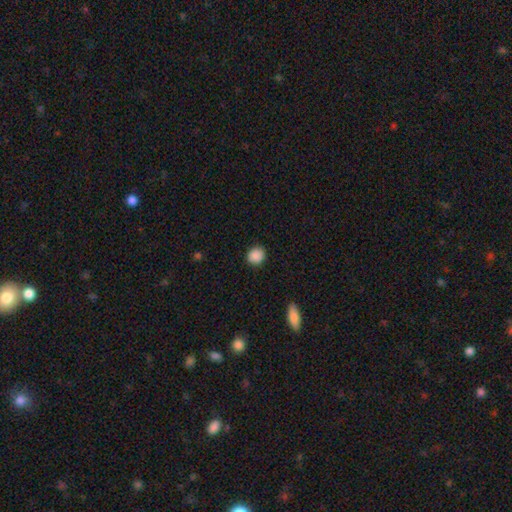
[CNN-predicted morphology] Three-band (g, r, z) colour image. It shows a smooth galaxy with no disk features (89%) that is round (78%). Merging: none (87%).